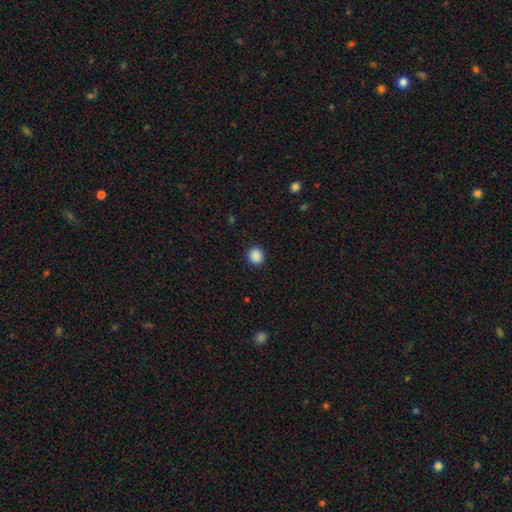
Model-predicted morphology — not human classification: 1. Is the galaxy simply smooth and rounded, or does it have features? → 88% smooth, 9% star or artifact, 2% featured or disk.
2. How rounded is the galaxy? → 89% round, 10% in between, 1% cigar-shaped.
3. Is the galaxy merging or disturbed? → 91% none, 6% minor disturbance, 2% major disturbance, 1% merger.